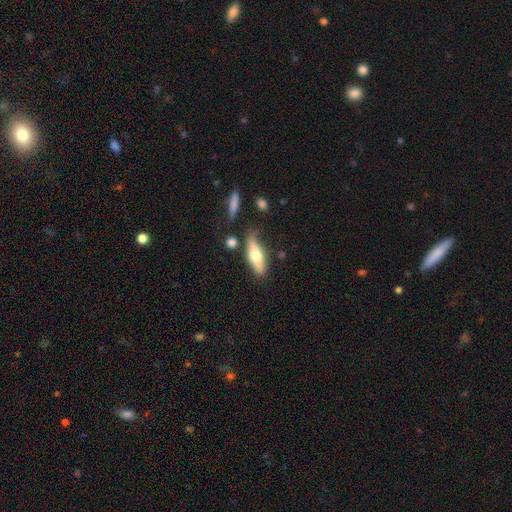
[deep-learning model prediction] Smooth or featured: smooth — 58% (featured or disk — 36%)
How rounded: in between — 53% (cigar-shaped — 44%)
Merging: none — 65% (minor disturbance — 22%)